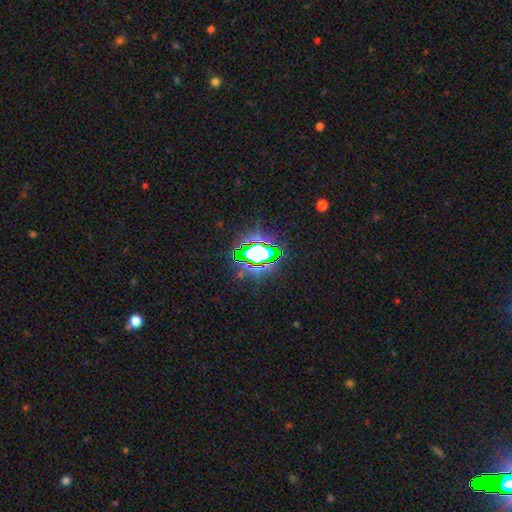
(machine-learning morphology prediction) star or artifact 71%, smooth 18%, featured or disk 11%.